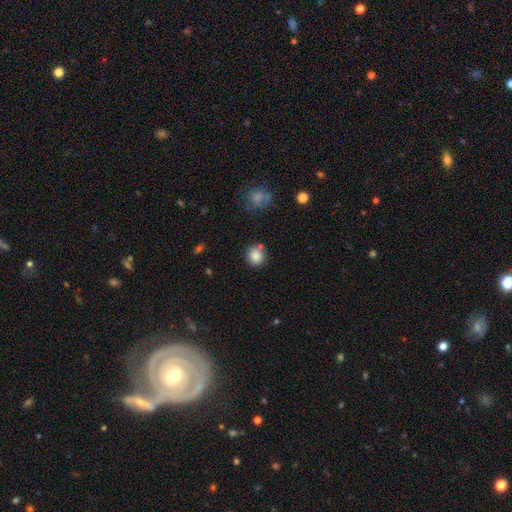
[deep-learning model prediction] Smooth or featured? smooth (85%)
How rounded? round (88%)
Merging? none (75%)